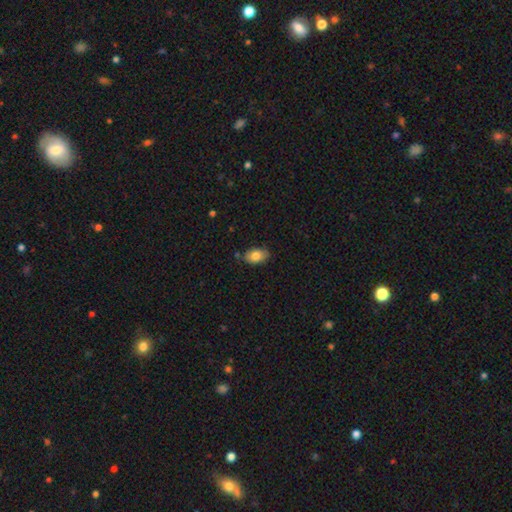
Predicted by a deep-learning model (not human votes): Smooth or featured?
  - smooth: 80% *
  - featured or disk: 12%
  - star or artifact: 7%
How rounded?
  - in between: 90% *
  - round: 8%
  - cigar-shaped: 2%
Merging?
  - none: 80% *
  - minor disturbance: 15%
  - merger: 3%
  - major disturbance: 2%